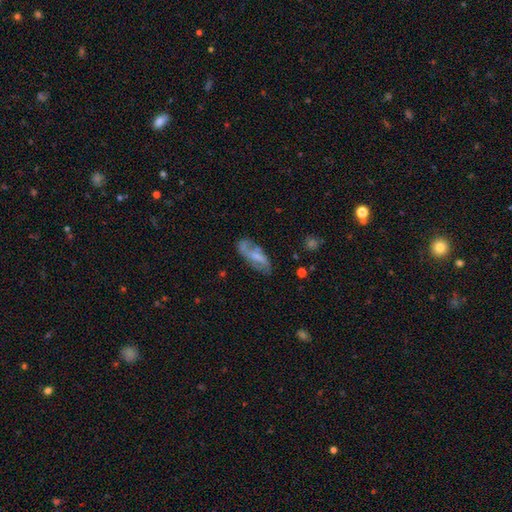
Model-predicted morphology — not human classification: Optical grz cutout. It shows a featured or disk galaxy (59%) with a weak bar (44%), spiral arms (81%) and a small central bulge (41%). Merging: none (63%).